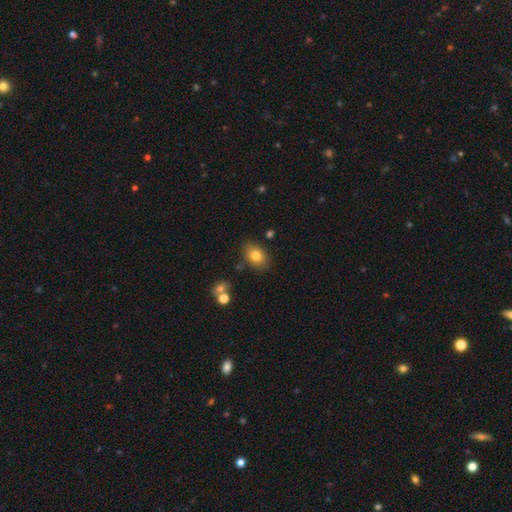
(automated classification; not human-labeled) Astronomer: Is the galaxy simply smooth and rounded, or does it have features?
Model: smooth — 79%.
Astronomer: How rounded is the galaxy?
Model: in between — 75%.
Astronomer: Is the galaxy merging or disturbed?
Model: none — 80%.